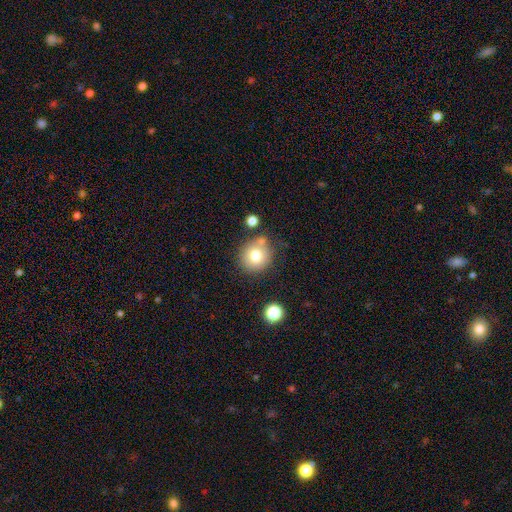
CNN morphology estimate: type=smooth (76%); roundness=round (89%); merging=none (72%).